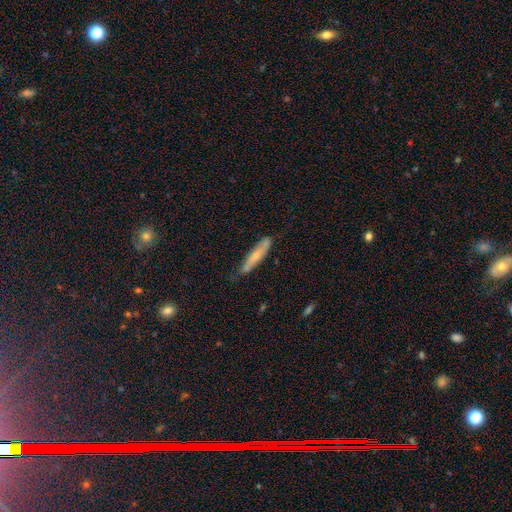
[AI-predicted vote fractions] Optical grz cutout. It shows a smooth galaxy with no disk features (58%) that is cigar-shaped (84%). Merging: none (66%).